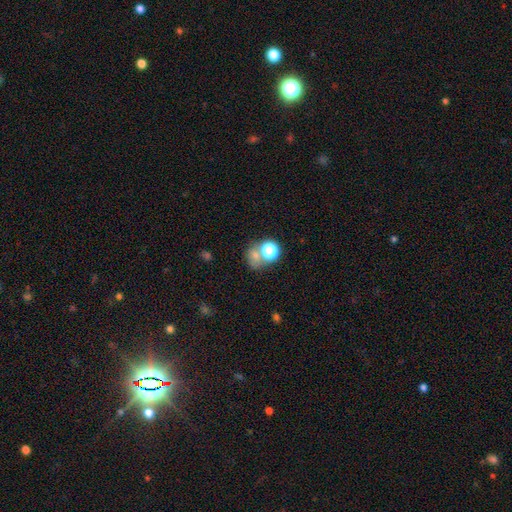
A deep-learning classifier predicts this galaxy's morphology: A smooth galaxy with no disk features (62%) that is round (67%). Merging: none (44%).